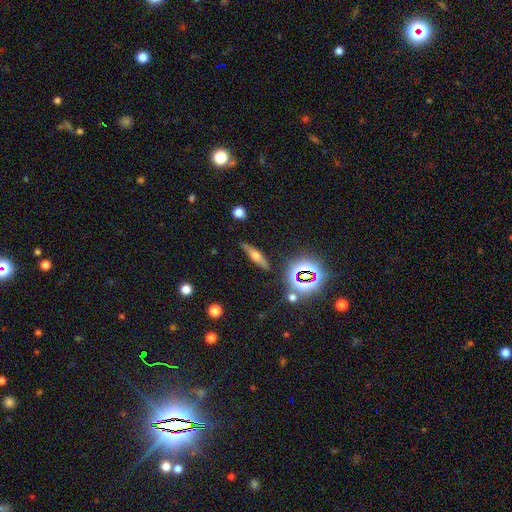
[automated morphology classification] A featured or disk galaxy (47%).

Vote fractions:
- Smooth or featured? featured or disk: 47% / smooth: 37% / star or artifact: 16%
- Merging? none: 81% / minor disturbance: 13% / major disturbance: 3% / merger: 3%